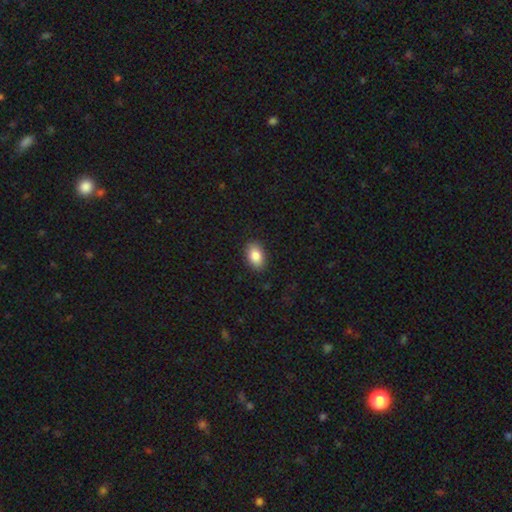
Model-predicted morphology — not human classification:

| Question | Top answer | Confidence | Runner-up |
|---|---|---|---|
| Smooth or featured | smooth | 85% | star or artifact (8%) |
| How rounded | in between | 88% | round (10%) |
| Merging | none | 89% | minor disturbance (8%) |